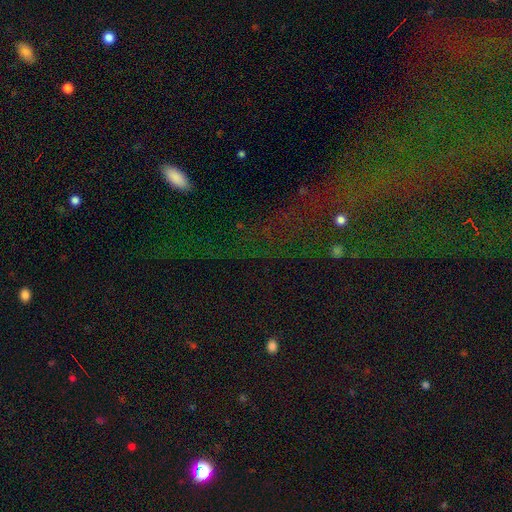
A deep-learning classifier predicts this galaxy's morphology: smooth-or-featured: star or artifact: 73% | featured or disk: 14% | smooth: 13%